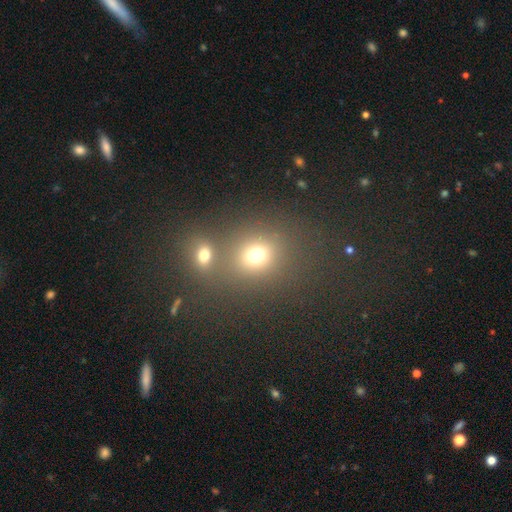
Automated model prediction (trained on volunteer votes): Smooth or featured? smooth (71%)
How rounded? round (69%)
Merging? none (51%)